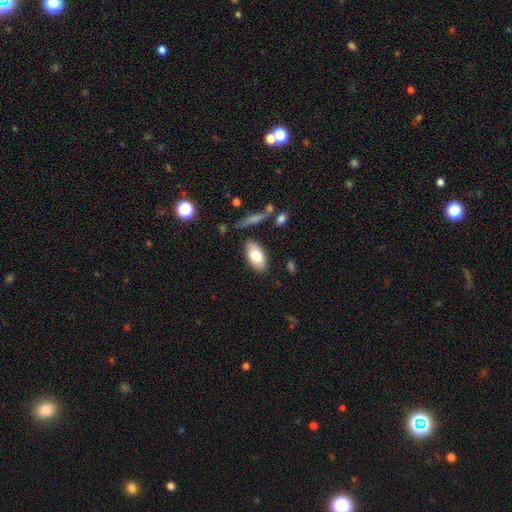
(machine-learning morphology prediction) Smooth or featured?
  - smooth: 75% *
  - featured or disk: 18%
  - star or artifact: 7%
How rounded?
  - in between: 92% *
  - cigar-shaped: 4%
  - round: 4%
Merging?
  - none: 83% *
  - minor disturbance: 11%
  - major disturbance: 3%
  - merger: 3%